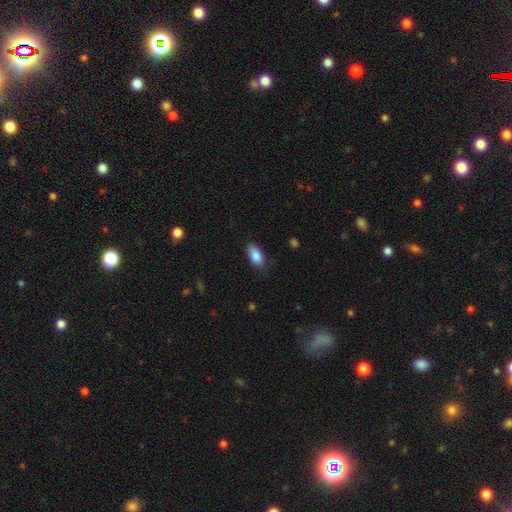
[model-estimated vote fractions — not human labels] Smooth or featured?
  - smooth: 88% *
  - star or artifact: 7%
  - featured or disk: 5%
How rounded?
  - in between: 92% *
  - cigar-shaped: 5%
  - round: 3%
Merging?
  - none: 79% *
  - minor disturbance: 17%
  - major disturbance: 3%
  - merger: 1%